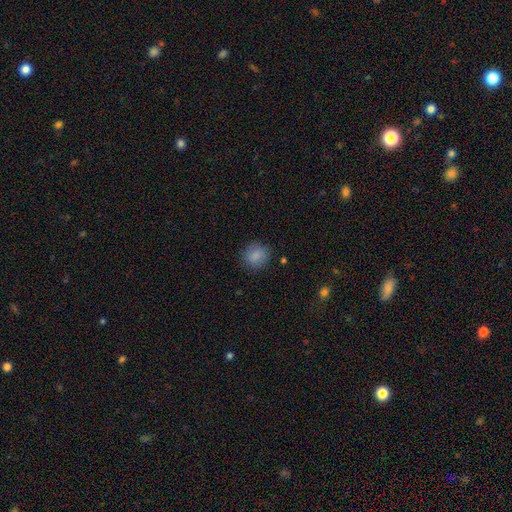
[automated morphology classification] smooth_or_featured: smooth (p=0.86) [alt: star or artifact p=0.09]
how_rounded: round (p=0.87) [alt: in between p=0.12]
merging: none (p=0.86) [alt: minor disturbance p=0.10]